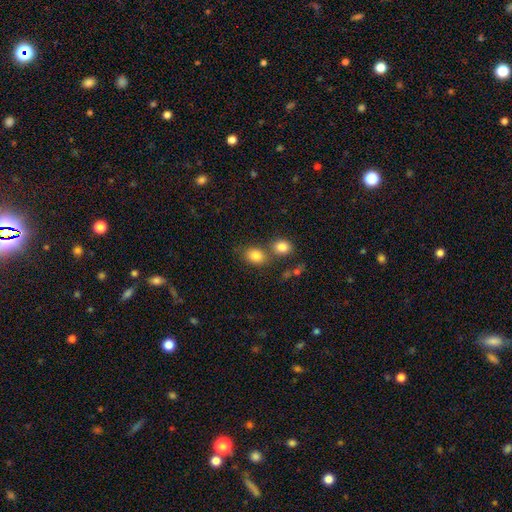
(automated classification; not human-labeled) Smooth or featured? Predicted: smooth (p=0.83). How rounded? Predicted: in between (p=0.51). Merging? Predicted: none (p=0.53).